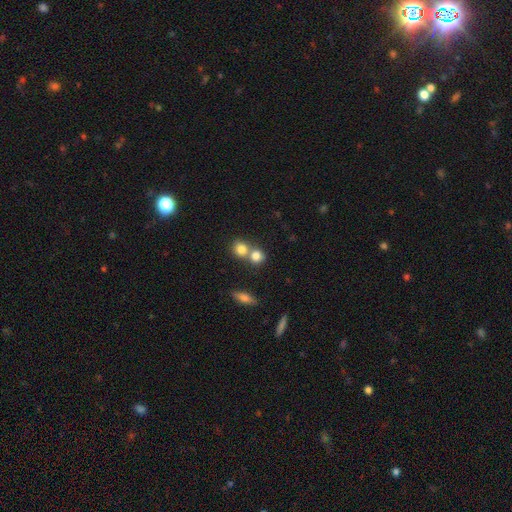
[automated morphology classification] A smooth galaxy with no disk features (80%) that is round (77%).

Vote fractions:
- Smooth or featured? smooth: 80% / star or artifact: 11% / featured or disk: 9%
- How rounded? round: 77% / in between: 22% / cigar-shaped: 2%
- Merging? merger: 51% / none: 40% / minor disturbance: 6% / major disturbance: 3%